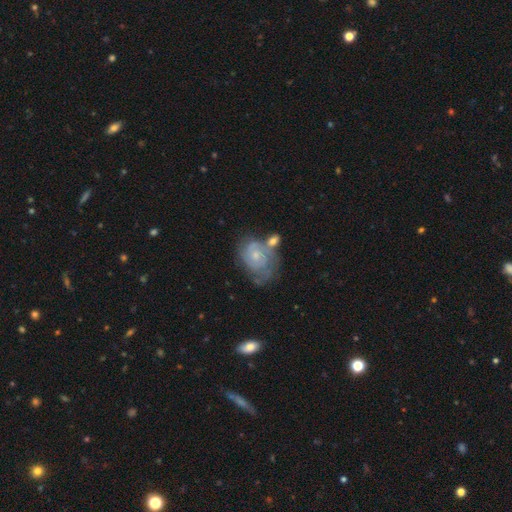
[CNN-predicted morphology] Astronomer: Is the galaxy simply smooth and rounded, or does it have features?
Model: featured or disk — 65%.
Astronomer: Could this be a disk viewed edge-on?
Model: no — 97%.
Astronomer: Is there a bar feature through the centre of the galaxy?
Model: no — 79%.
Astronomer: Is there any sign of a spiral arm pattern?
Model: yes — 80%.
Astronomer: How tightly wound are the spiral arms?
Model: tight — 60%.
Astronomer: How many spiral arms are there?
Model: can't tell — 48% (runner-up: 2, 28%).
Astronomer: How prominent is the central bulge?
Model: small — 63%.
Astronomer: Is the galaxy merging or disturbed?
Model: none — 39% (runner-up: minor disturbance, 24%).